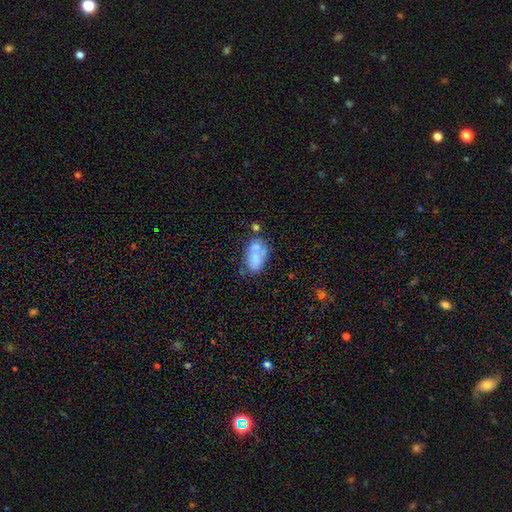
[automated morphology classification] smooth 62%, featured or disk 29%, star or artifact 9%. Down the decision tree: how rounded — in between (86%); merging — merger (40%).